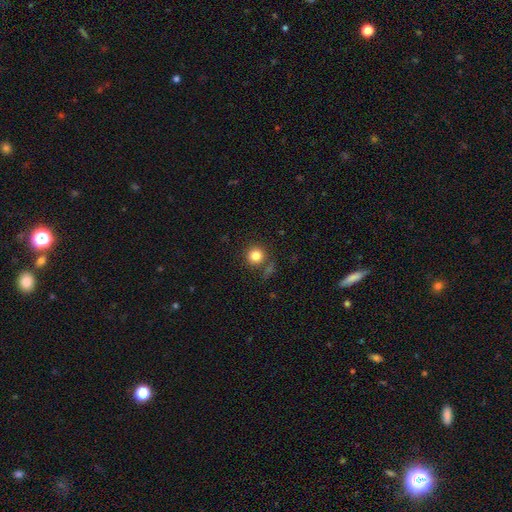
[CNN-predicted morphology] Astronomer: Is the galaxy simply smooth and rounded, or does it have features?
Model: smooth — 82%.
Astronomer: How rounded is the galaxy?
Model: round — 93%.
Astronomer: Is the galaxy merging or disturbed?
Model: none — 79%.